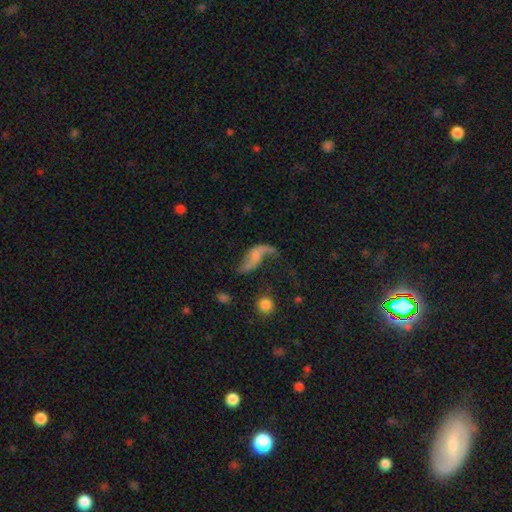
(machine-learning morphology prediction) smooth-or-featured: featured or disk: 72% | smooth: 19% | star or artifact: 9%
  disk-edge-on: no: 94% | yes: 6%
    bar: no: 59% | weak: 31% | strong: 10%
    has-spiral-arms: yes: 87% | no: 13%
      spiral-winding: loose: 92% | medium: 6% | tight: 2%
      spiral-arm-count: 2: 83% | 1: 12% | can't tell: 2% | 3: 1% | 4: 1% | more than 4: 1%
    bulge-size: none: 48% | small: 34% | moderate: 14% | large: 3% | dominant: 2%
  merging: none: 42% | major disturbance: 29% | minor disturbance: 20% | merger: 9%